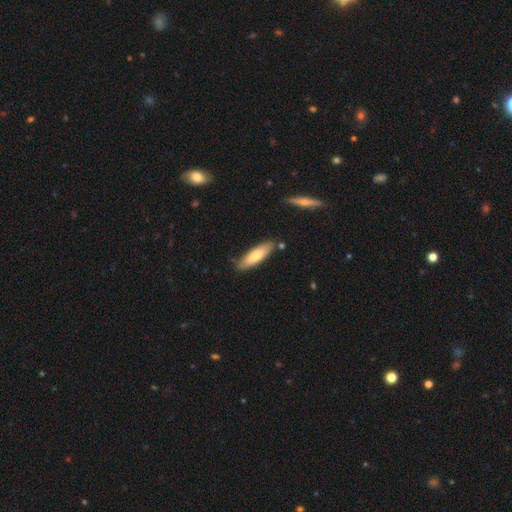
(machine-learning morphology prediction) Overall: smooth (72%). How rounded: cigar-shaped (59%; in between 40%). Merging: none (80%).